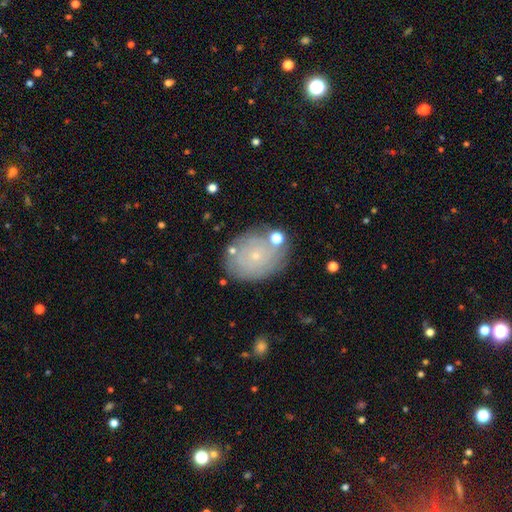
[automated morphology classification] Smooth or featured? Predicted: featured or disk (p=0.48). Merging? Predicted: none (p=0.75).